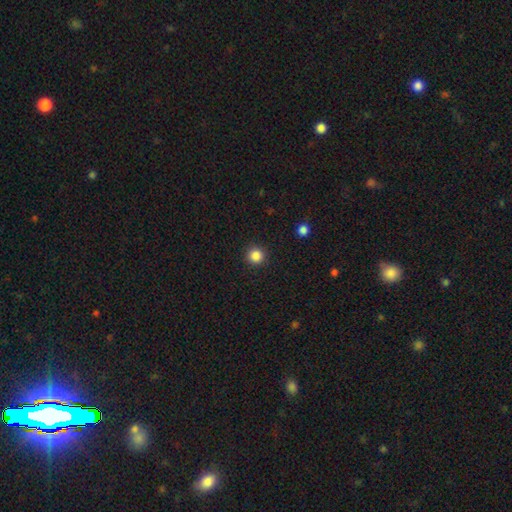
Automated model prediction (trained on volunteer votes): A smooth galaxy with no disk features (85%) that is round (95%).

Vote fractions:
- Smooth or featured? smooth: 85% / star or artifact: 11% / featured or disk: 3%
- How rounded? round: 95% / in between: 4% / cigar-shaped: 1%
- Merging? none: 92% / minor disturbance: 5% / major disturbance: 2% / merger: 1%